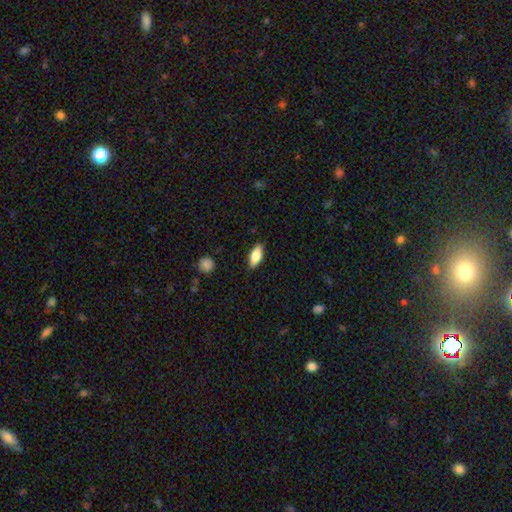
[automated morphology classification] smooth-or-featured: smooth: 75% | featured or disk: 18% | star or artifact: 7%
  how-rounded: in between: 84% | cigar-shaped: 13% | round: 3%
  merging: none: 87% | minor disturbance: 10% | major disturbance: 2% | merger: 1%